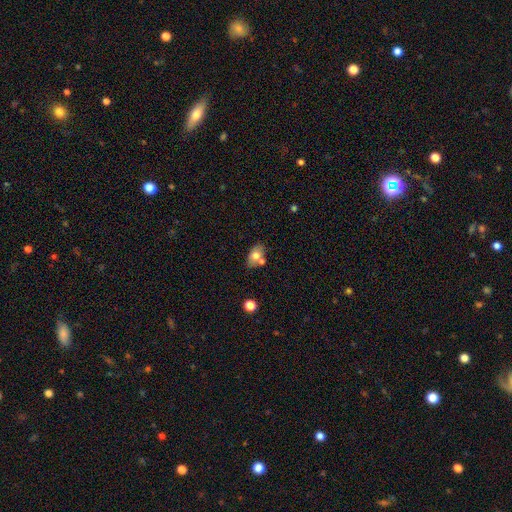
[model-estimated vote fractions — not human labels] Morphology: type=smooth (71%); roundness=in between (84%); merging=none (60%).